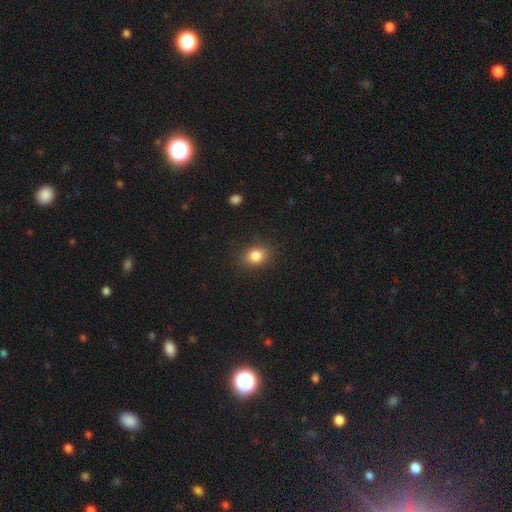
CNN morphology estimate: Smooth or featured? smooth (84%)
How rounded? in between (53%)
Merging? none (84%)